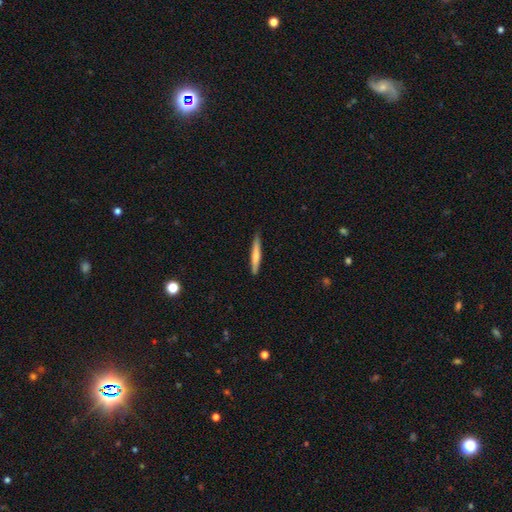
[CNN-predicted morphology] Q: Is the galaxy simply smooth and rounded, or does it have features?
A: smooth — 65%.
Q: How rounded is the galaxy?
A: cigar-shaped — 94%.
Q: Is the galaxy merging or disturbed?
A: none — 87%.